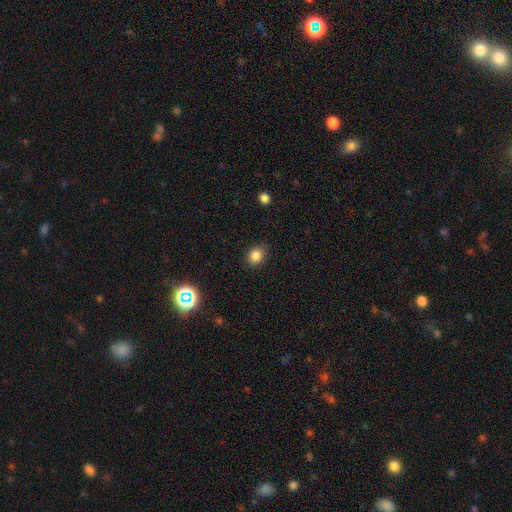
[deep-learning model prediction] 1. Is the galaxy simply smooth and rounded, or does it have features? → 83% smooth, 12% star or artifact, 5% featured or disk.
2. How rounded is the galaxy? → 59% round, 40% in between, 1% cigar-shaped.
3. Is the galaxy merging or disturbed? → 84% none, 12% minor disturbance, 3% major disturbance, 1% merger.